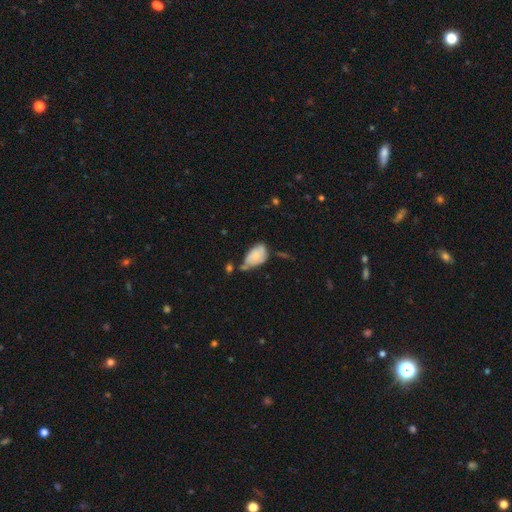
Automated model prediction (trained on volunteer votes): Smooth or featured? smooth (71%)
How rounded? in between (91%)
Merging? minor disturbance (35%)